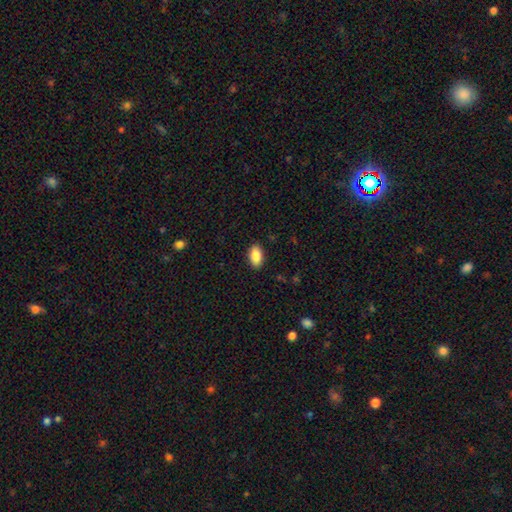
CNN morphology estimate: Q: Smooth or featured?
A: smooth (87%); runner-up: star or artifact (7%)
Q: How rounded?
A: in between (93%); runner-up: round (5%)
Q: Merging?
A: none (89%); runner-up: minor disturbance (8%)